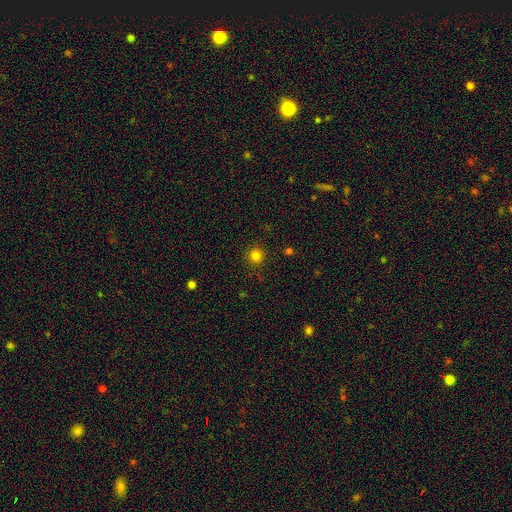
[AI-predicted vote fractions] This appears to be a smooth galaxy with no disk features (82%) that is round (95%). Merging: none (90%).